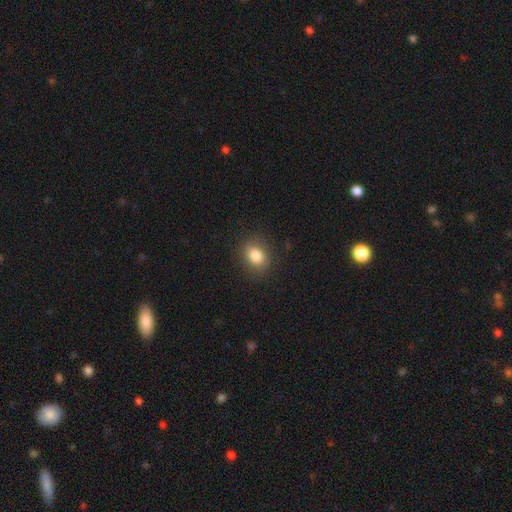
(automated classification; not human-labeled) Overall: smooth (83%). How rounded: in between (60%; round 39%). Merging: none (86%).